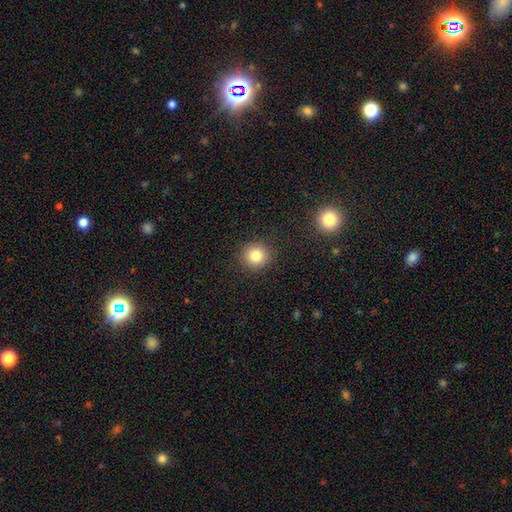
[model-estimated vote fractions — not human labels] This is clearly a smooth galaxy (81%). How rounded: clearly round (92%). Merging: clearly none (91%).